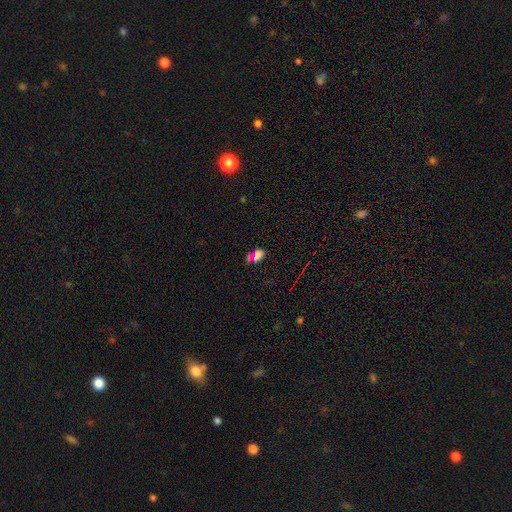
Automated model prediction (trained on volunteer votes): Morphology: type=smooth (61%); roundness=in between (84%); merging=none (56%).